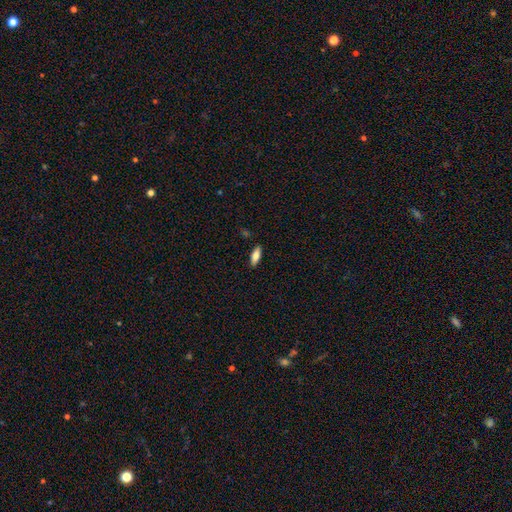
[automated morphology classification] Smooth or featured?
  - smooth: 73% *
  - featured or disk: 20%
  - star or artifact: 7%
How rounded?
  - in between: 67% *
  - cigar-shaped: 31%
  - round: 2%
Merging?
  - none: 88% *
  - minor disturbance: 8%
  - major disturbance: 2%
  - merger: 1%